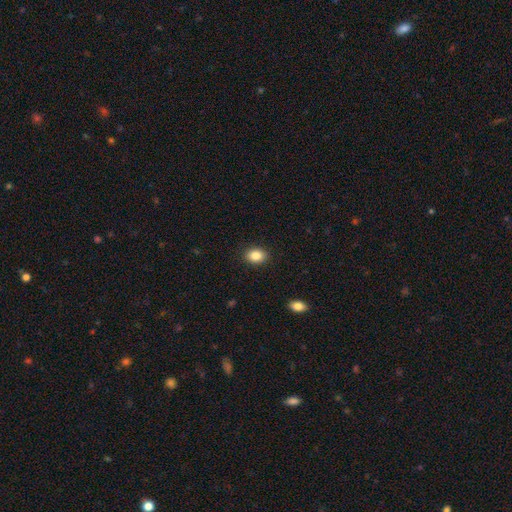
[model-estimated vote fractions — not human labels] Q: Smooth or featured?
A: smooth (86%); runner-up: star or artifact (9%)
Q: How rounded?
A: in between (64%); runner-up: round (35%)
Q: Merging?
A: none (89%); runner-up: minor disturbance (7%)